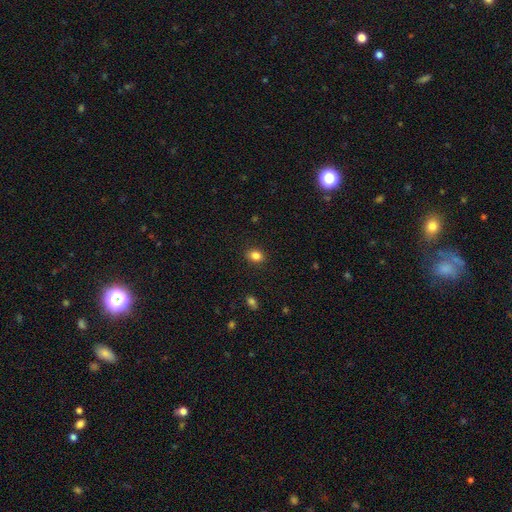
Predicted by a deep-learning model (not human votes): Smooth or featured? smooth (84%)
How rounded? in between (57%)
Merging? none (88%)